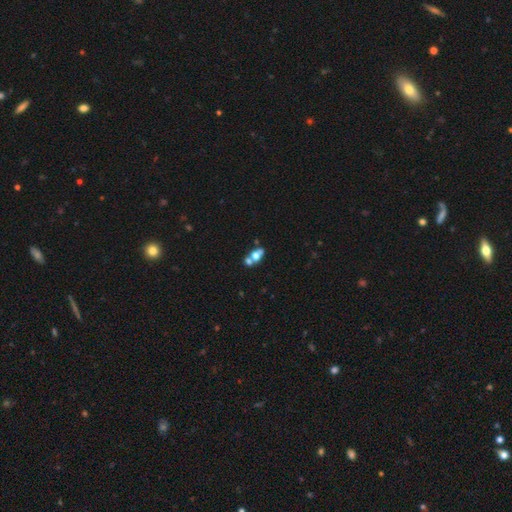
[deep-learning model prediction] This appears to be a smooth galaxy with no disk features (54%) that is in between round and cigar-shaped (59%). Merging: merger (47%).